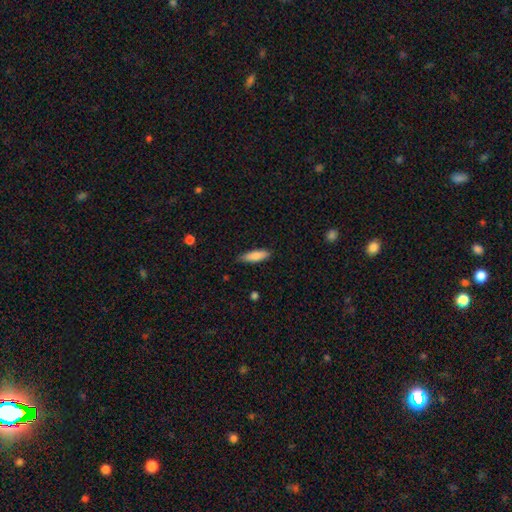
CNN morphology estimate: Overall: smooth (84%). How rounded: cigar-shaped (50%; in between 48%). Merging: none (79%).